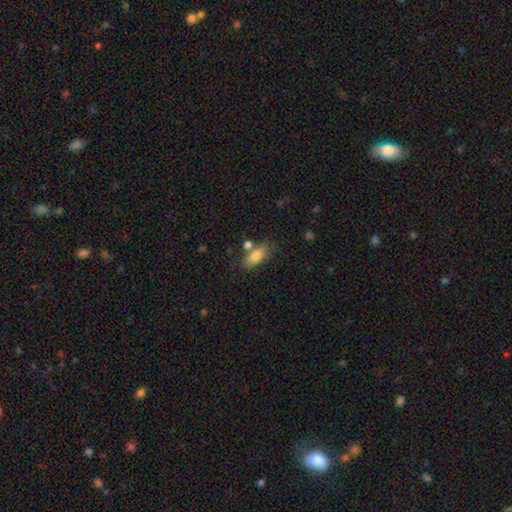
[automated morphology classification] Smooth or featured? Predicted: smooth (p=0.81). How rounded? Predicted: in between (p=0.82). Merging? Predicted: none (p=0.66).